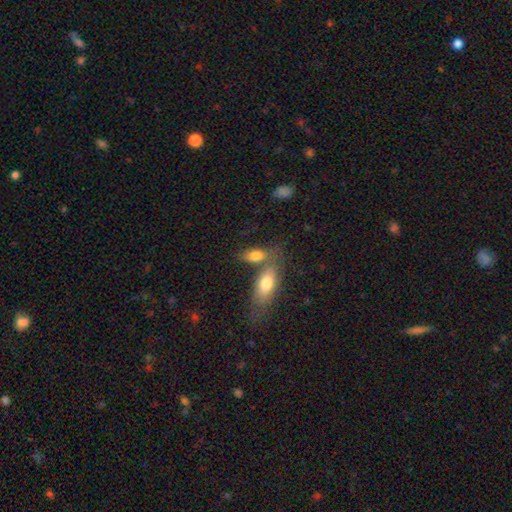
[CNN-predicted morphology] Smooth or featured?
  - smooth: 79% *
  - featured or disk: 13%
  - star or artifact: 8%
How rounded?
  - in between: 84% *
  - cigar-shaped: 9%
  - round: 7%
Merging?
  - none: 44% *
  - merger: 39%
  - minor disturbance: 12%
  - major disturbance: 5%